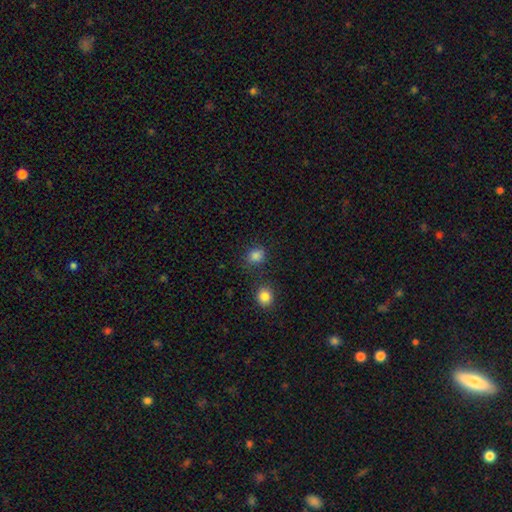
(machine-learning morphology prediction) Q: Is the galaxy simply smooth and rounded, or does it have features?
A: smooth — 83%.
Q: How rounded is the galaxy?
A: round — 67%.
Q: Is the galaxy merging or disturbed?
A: none — 75%.